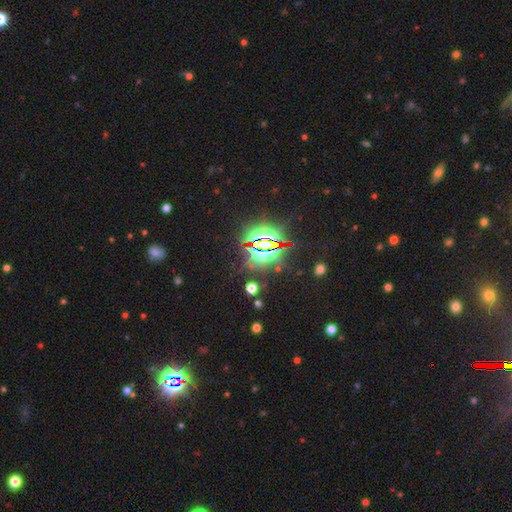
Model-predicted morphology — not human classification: This is clearly a star or artifact rather than a galaxy (87%).